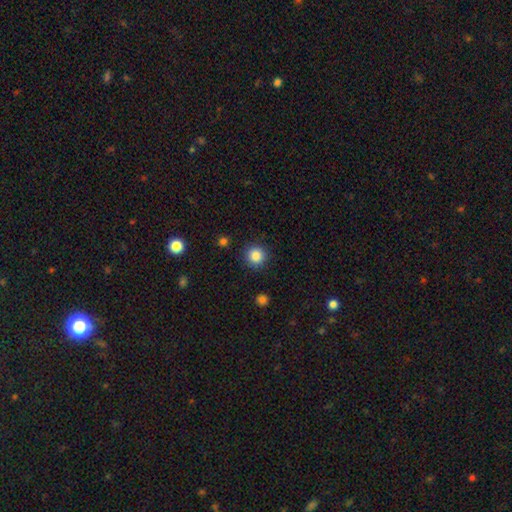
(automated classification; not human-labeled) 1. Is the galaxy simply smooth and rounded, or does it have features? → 85% smooth, 11% star or artifact, 4% featured or disk.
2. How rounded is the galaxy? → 95% round, 5% in between, 1% cigar-shaped.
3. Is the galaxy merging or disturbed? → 90% none, 6% minor disturbance, 2% major disturbance, 1% merger.